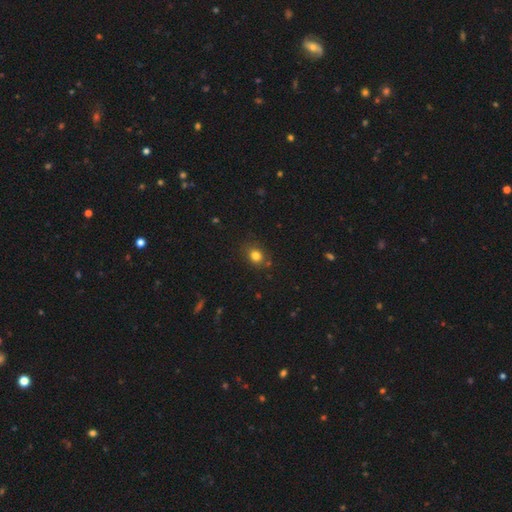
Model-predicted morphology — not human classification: type=smooth (81%); roundness=round (60%); merging=none (77%).